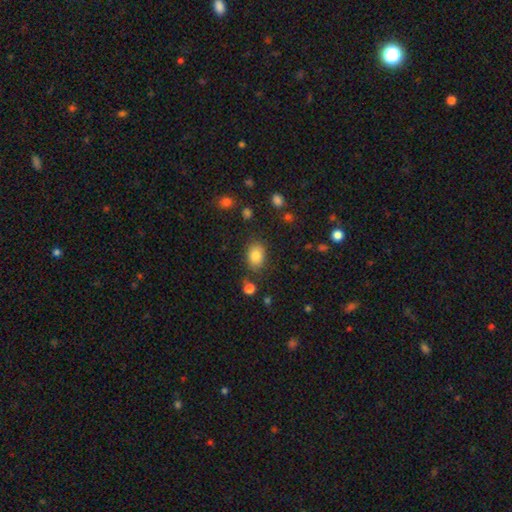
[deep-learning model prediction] smooth_or_featured: smooth (p=0.83) [alt: star or artifact p=0.09]
how_rounded: in between (p=0.73) [alt: round p=0.26]
merging: none (p=0.80) [alt: minor disturbance p=0.13]